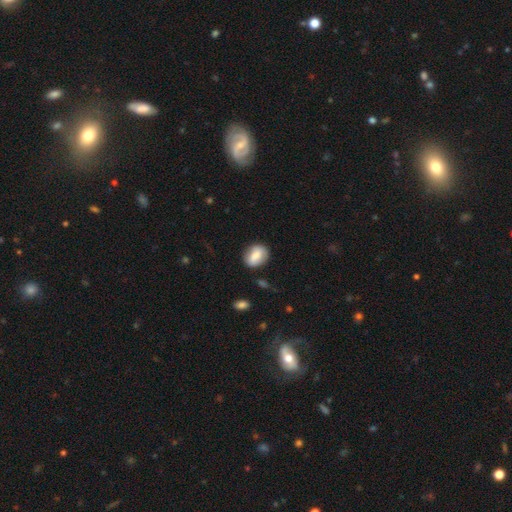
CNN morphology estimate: smooth 77%, featured or disk 16%, star or artifact 7%. Down the decision tree: how rounded — in between (59%); merging — none (80%).